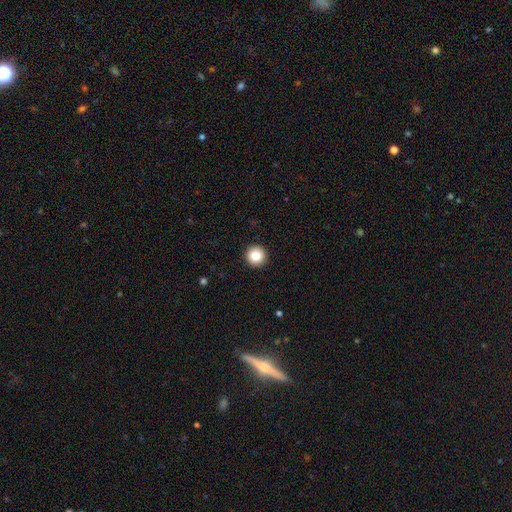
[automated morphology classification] type=smooth (85%); roundness=round (96%); merging=none (94%).